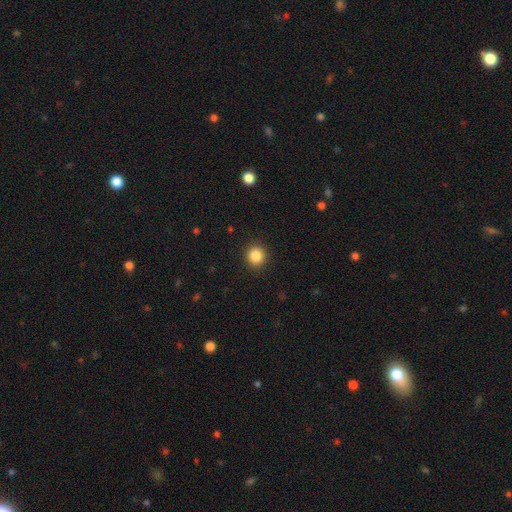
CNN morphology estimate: The model was most divided on "smooth or featured": smooth: 85%, star or artifact: 10%, featured or disk: 4%. More confident: merging — none (92%); how rounded — round (90%).